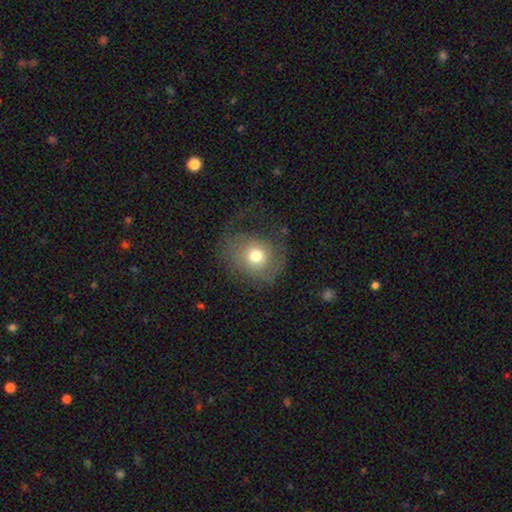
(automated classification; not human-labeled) This appears to be a smooth galaxy with no disk features (67%) that is round (73%). Merging: none (54%).